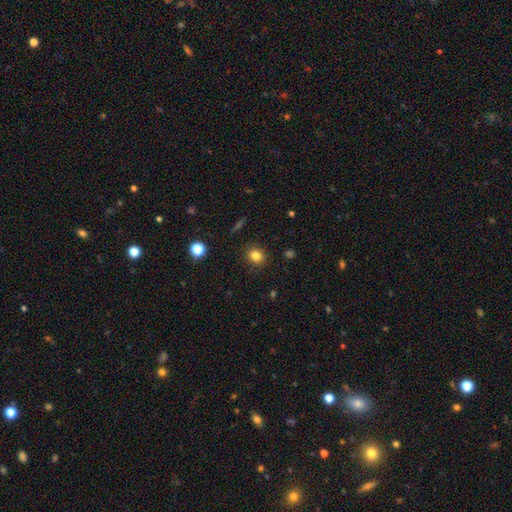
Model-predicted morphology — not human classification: Q: Smooth or featured?
A: smooth (82%); runner-up: star or artifact (12%)
Q: How rounded?
A: round (64%); runner-up: in between (34%)
Q: Merging?
A: none (88%); runner-up: minor disturbance (8%)